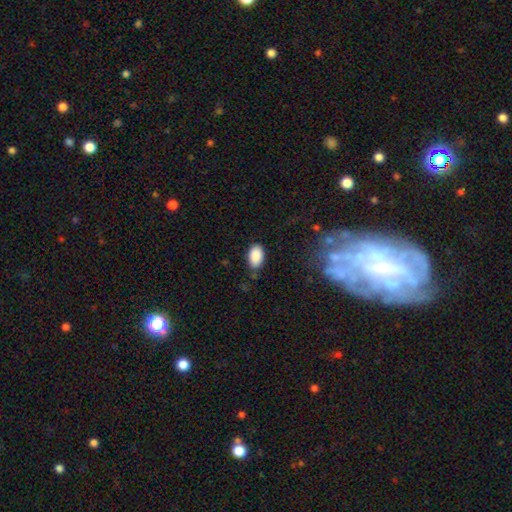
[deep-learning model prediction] This appears to be a smooth galaxy with no disk features (89%) that is in between round and cigar-shaped (93%). Merging: none (78%).